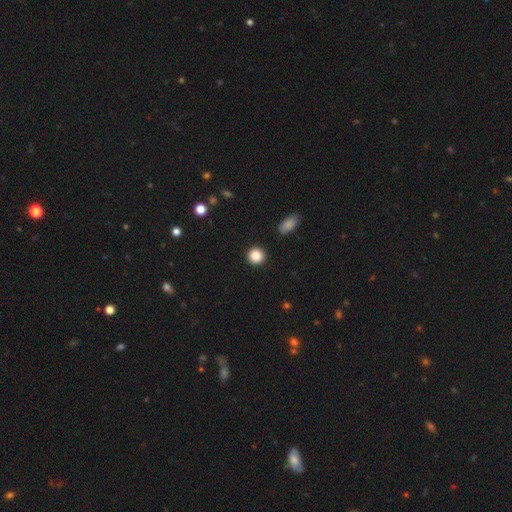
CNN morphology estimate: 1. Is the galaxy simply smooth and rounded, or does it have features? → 88% smooth, 9% star or artifact, 3% featured or disk.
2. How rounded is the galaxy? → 93% round, 6% in between, 1% cigar-shaped.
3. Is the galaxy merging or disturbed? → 92% none, 5% minor disturbance, 2% major disturbance, 1% merger.